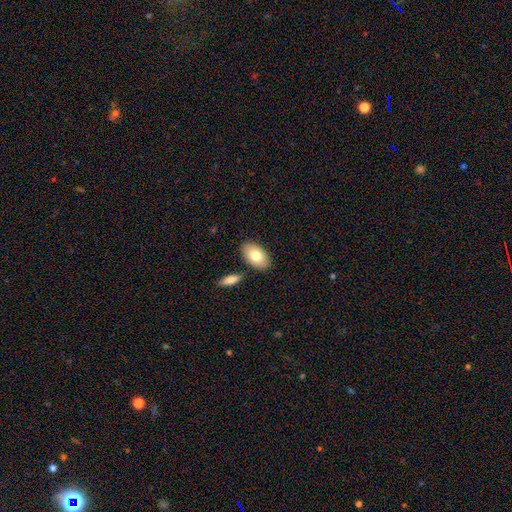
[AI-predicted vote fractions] smooth-or-featured: smooth: 78% | featured or disk: 16% | star or artifact: 6%
  how-rounded: in between: 93% | round: 5% | cigar-shaped: 2%
  merging: none: 82% | minor disturbance: 10% | merger: 6% | major disturbance: 2%